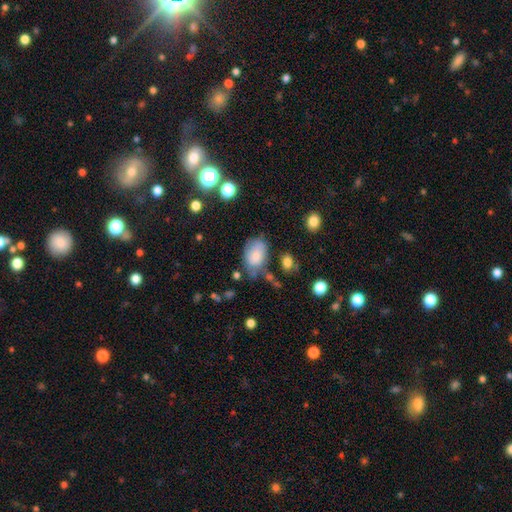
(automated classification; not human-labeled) smooth_or_featured: smooth (p=0.77) [alt: featured or disk p=0.15]
how_rounded: in between (p=0.85) [alt: round p=0.14]
merging: none (p=0.47) [alt: minor disturbance p=0.32]